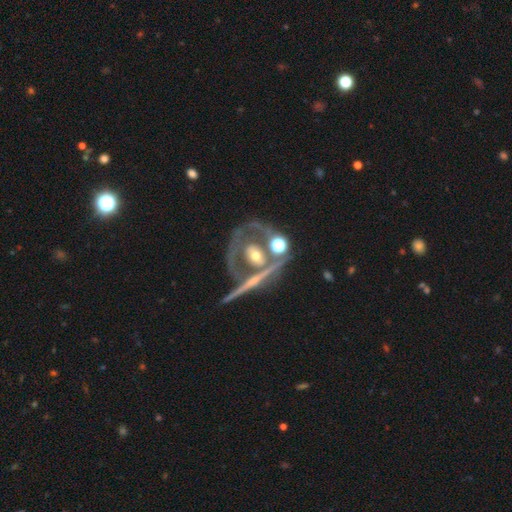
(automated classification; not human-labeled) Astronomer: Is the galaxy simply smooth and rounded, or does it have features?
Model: featured or disk — 65%.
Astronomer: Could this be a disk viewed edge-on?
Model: no — 76%.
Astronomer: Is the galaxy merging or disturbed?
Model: none — 52%.